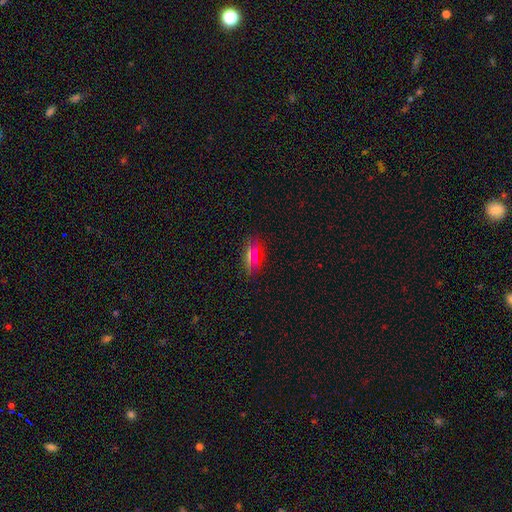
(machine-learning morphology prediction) type=smooth (64%); roundness=in between (76%); merging=none (81%).